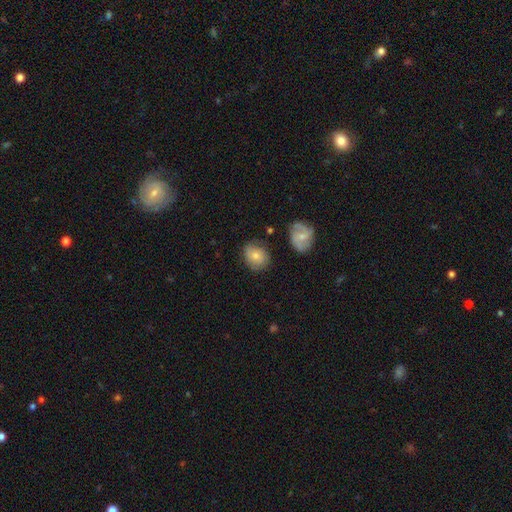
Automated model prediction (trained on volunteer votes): smooth_or_featured: smooth (p=0.72) [alt: featured or disk p=0.20]
how_rounded: round (p=0.57) [alt: in between p=0.41]
merging: none (p=0.70) [alt: minor disturbance p=0.20]